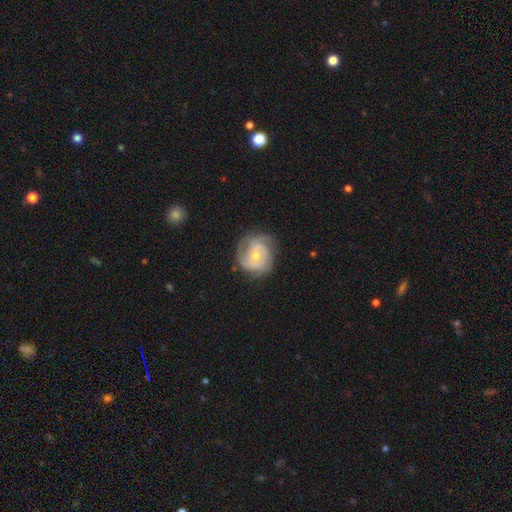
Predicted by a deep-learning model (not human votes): Morphology: type=featured or disk (77%); edge-on=no (98%); bar=no (71%); spiral arms=yes (91%); winding=tight (59%); arm count=2 (36%); bulge=moderate (58%); merging=none (68%).